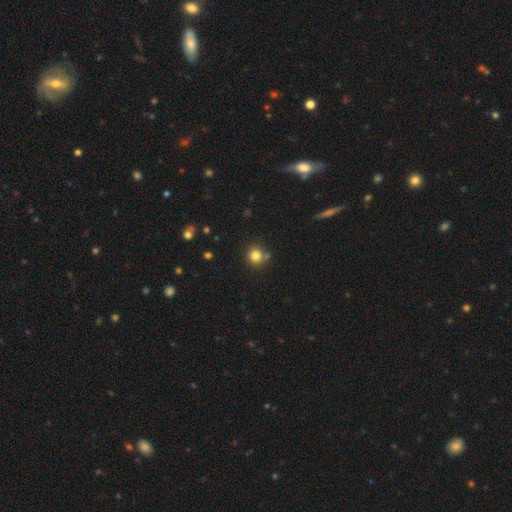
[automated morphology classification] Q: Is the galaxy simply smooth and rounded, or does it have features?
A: smooth — 81%.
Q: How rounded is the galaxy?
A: round — 91%.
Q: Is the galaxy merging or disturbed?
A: none — 76%.